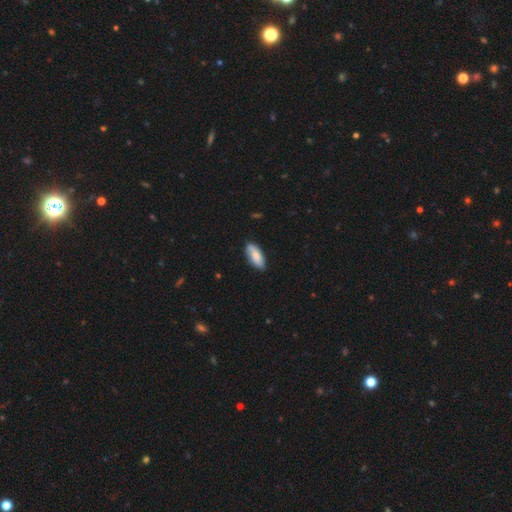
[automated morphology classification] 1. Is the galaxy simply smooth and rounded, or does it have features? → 77% smooth, 17% featured or disk, 6% star or artifact.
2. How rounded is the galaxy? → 83% in between, 15% cigar-shaped, 2% round.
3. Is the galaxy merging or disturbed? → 82% none, 15% minor disturbance, 2% major disturbance, 1% merger.